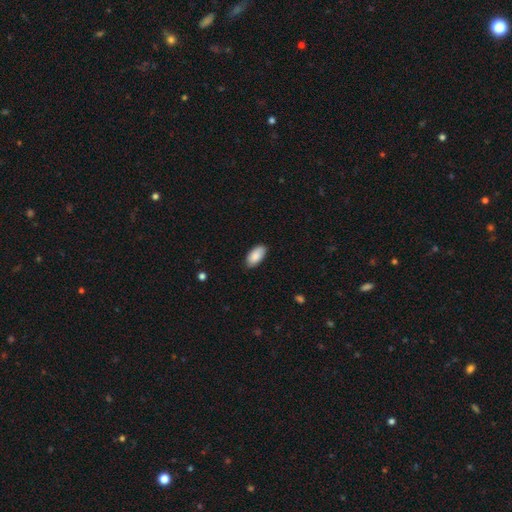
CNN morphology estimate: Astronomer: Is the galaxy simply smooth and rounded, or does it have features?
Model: smooth — 89%.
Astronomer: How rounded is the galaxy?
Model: in between — 94%.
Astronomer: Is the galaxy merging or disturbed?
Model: none — 86%.